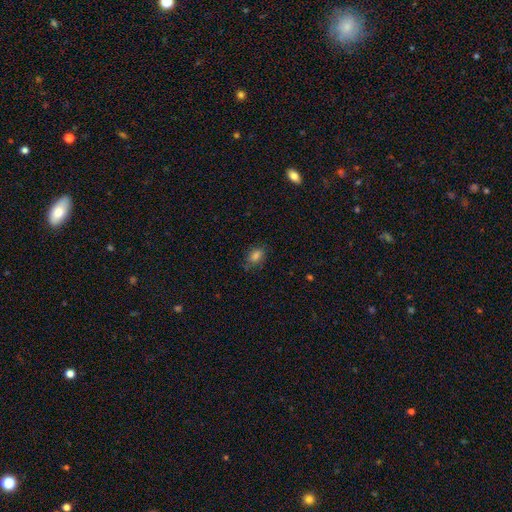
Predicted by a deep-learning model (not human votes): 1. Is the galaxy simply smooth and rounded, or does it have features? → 78% smooth, 13% star or artifact, 8% featured or disk.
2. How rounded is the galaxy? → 80% in between, 18% round, 2% cigar-shaped.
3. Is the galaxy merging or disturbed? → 73% none, 20% minor disturbance, 6% major disturbance, 2% merger.